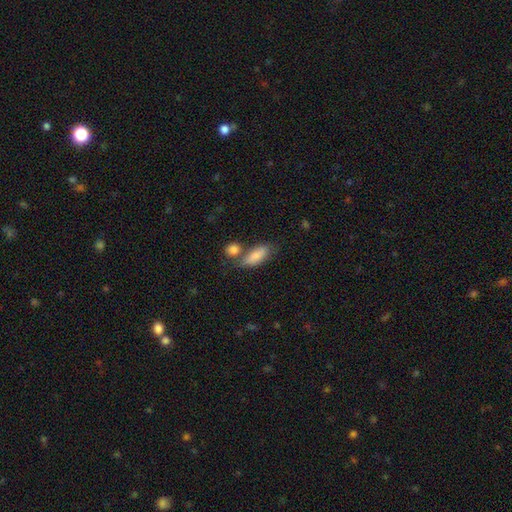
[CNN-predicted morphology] Overall: smooth (82%). How rounded: in between (77%). Merging: none (51%; merger 26%).